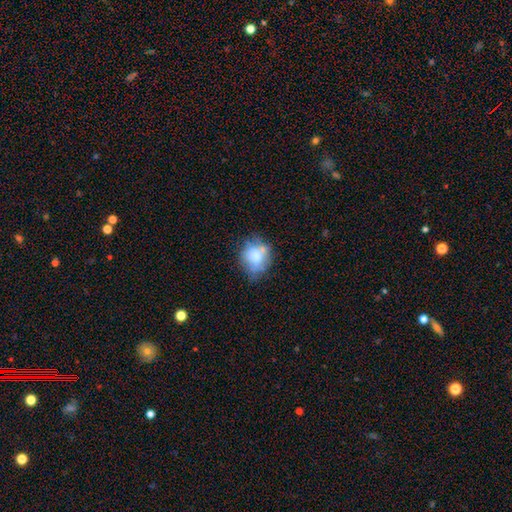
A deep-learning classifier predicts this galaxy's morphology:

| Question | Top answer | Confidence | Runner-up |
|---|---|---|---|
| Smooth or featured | smooth | 66% | featured or disk (24%) |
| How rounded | round | 62% | in between (37%) |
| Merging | none | 54% | minor disturbance (29%) |